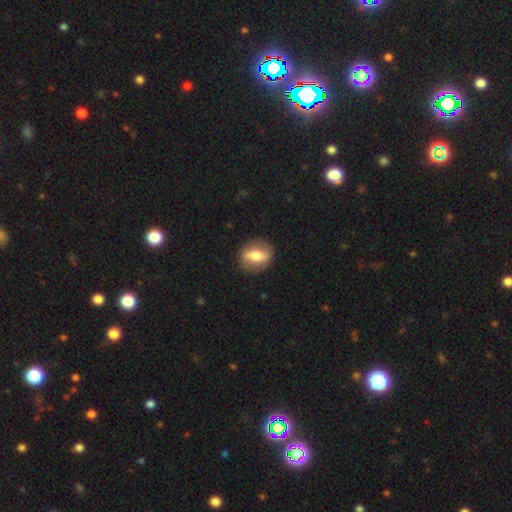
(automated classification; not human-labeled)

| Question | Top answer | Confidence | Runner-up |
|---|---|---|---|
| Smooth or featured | smooth | 53% | featured or disk (40%) |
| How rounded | in between | 48% | tied: round (48%) |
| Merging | none | 86% | minor disturbance (9%) |